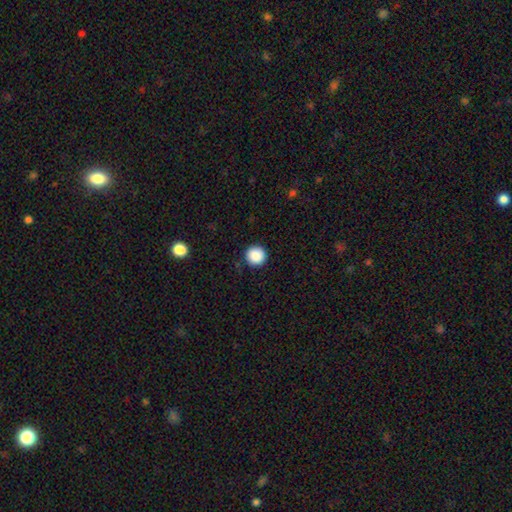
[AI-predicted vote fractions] This is clearly a smooth galaxy (88%). How rounded: clearly round (95%). Merging: clearly none (90%).